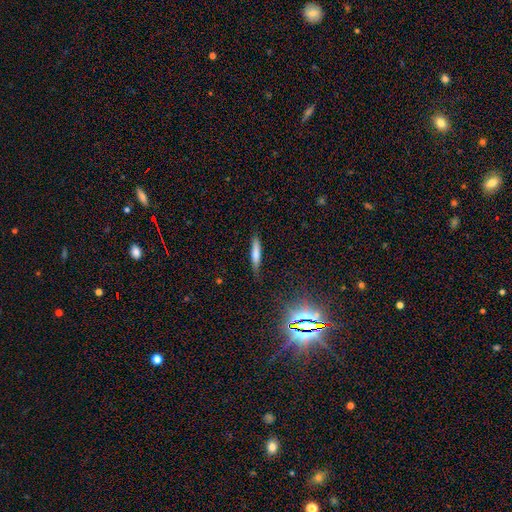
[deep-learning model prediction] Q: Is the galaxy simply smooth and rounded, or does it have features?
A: smooth — 65%.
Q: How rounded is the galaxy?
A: cigar-shaped — 88%.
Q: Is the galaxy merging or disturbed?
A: none — 83%.